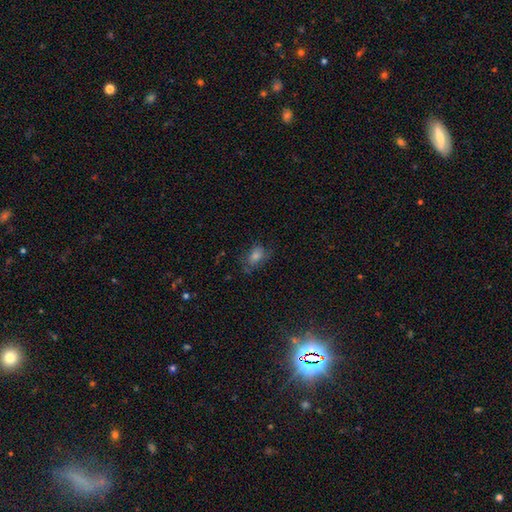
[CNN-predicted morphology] A smooth galaxy with no disk features (48%).

Vote fractions:
- Smooth or featured? smooth: 48% / star or artifact: 28% / featured or disk: 25%
- Merging? none: 65% / minor disturbance: 21% / major disturbance: 12% / merger: 2%